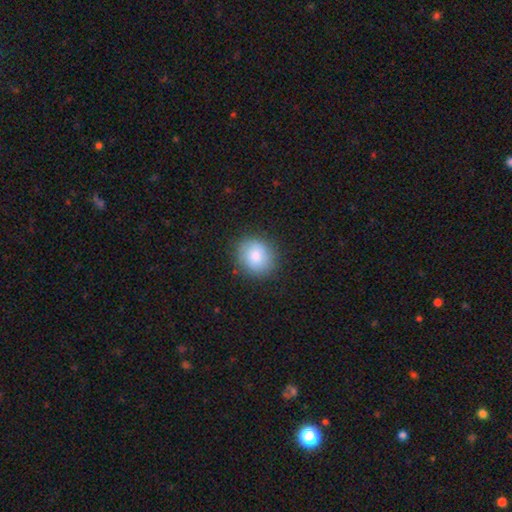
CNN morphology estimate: This is likely a smooth galaxy (80%). How rounded: likely round (75%). Merging: clearly none (85%).